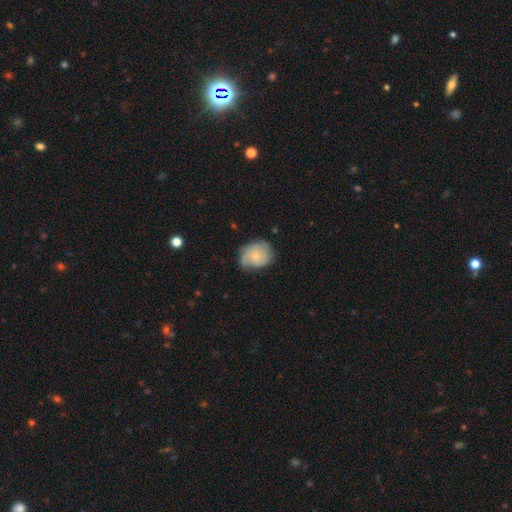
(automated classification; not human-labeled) Q: Smooth or featured?
A: smooth (54%); runner-up: featured or disk (39%)
Q: How rounded?
A: round (56%); runner-up: in between (43%)
Q: Merging?
A: none (55%); runner-up: minor disturbance (33%)